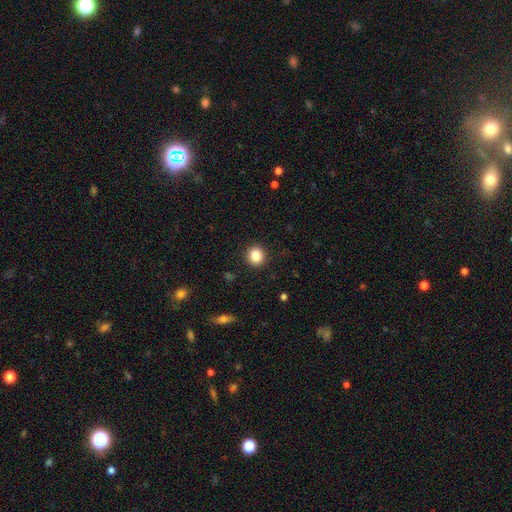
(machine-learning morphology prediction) This appears to be a smooth galaxy with no disk features (85%) that is round (86%). Merging: none (91%).